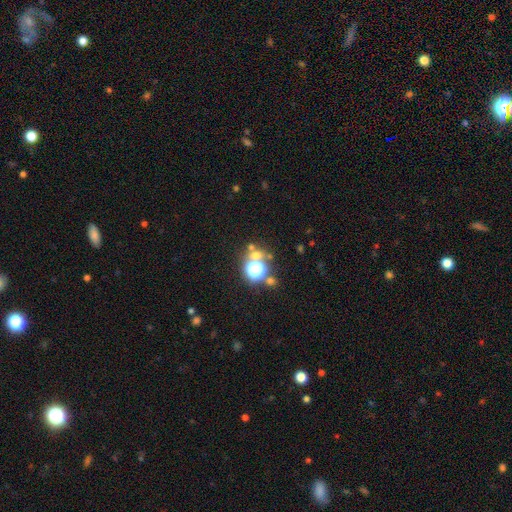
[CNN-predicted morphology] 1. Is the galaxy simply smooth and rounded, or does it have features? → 49% star or artifact, 41% smooth, 11% featured or disk.